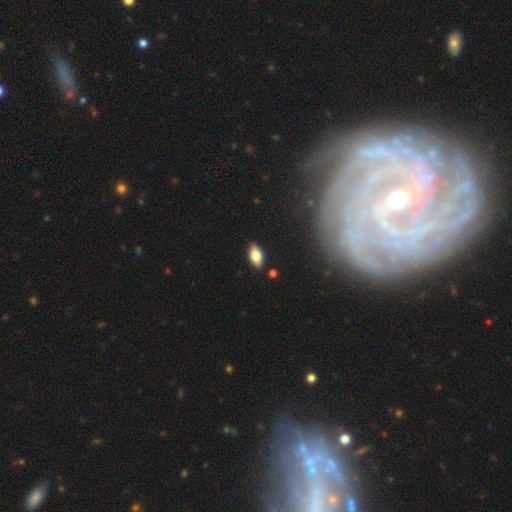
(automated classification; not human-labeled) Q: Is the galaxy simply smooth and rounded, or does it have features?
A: smooth — 77%.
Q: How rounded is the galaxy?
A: in between — 92%.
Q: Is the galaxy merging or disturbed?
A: none — 88%.